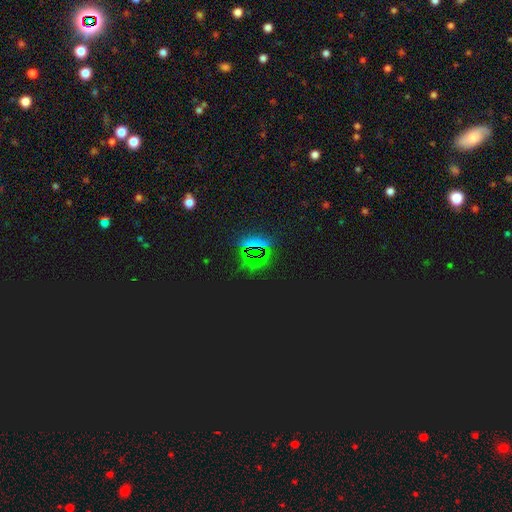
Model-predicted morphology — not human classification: Smooth or featured: star or artifact — 80% (smooth — 13%)